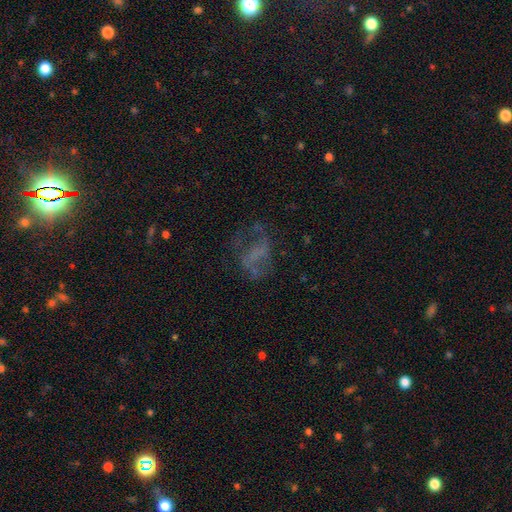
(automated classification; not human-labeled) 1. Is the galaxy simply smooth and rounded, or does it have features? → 51% featured or disk, 27% smooth, 22% star or artifact.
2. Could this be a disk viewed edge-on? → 96% no, 4% yes.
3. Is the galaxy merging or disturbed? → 50% none, 29% major disturbance, 18% minor disturbance, 3% merger.